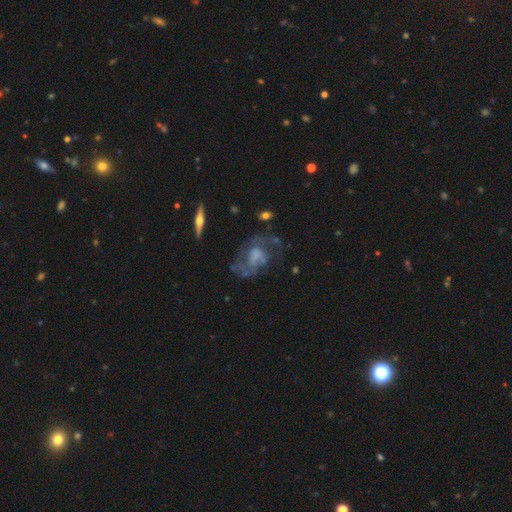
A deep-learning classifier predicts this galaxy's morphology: This is likely a featured or disk galaxy (70%). It is clearly not viewed edge-on (94%). Bar: likely no (71%). Spiral arm pattern: possibly yes (59%). Central bulge: marginally none (40%). Merging: marginally none (44%).